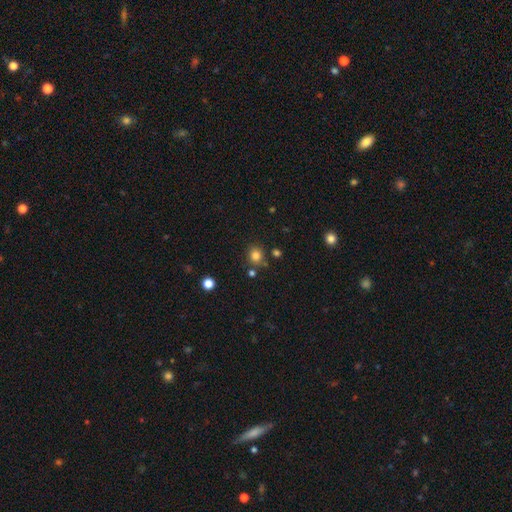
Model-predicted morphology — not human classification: smooth 81%, star or artifact 13%, featured or disk 6%. Down the decision tree: how rounded — round (84%); merging — none (79%).